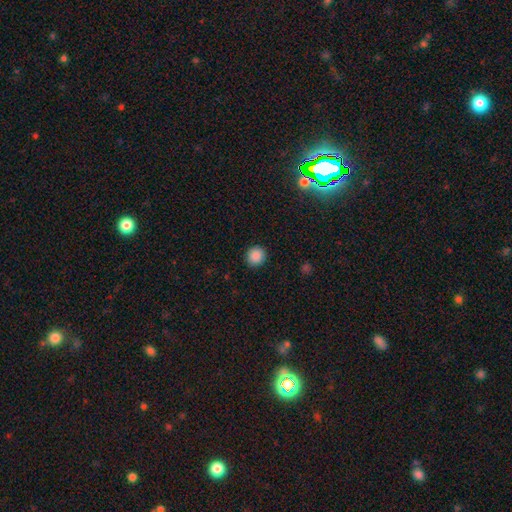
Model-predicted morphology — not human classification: A smooth galaxy with no disk features (88%) that is round (91%). Merging: none (91%).